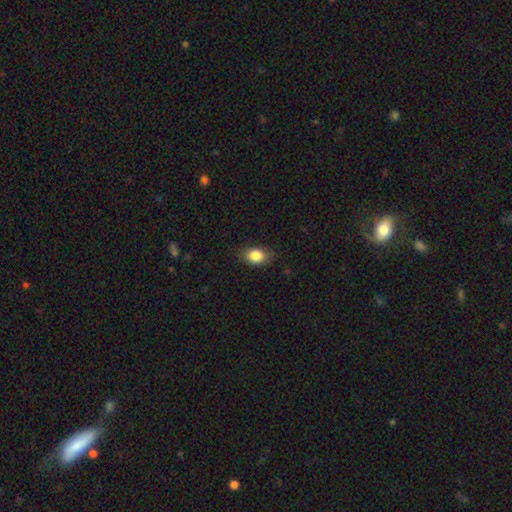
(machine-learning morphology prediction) smooth 85%, star or artifact 8%, featured or disk 7%. Down the decision tree: how rounded — in between (78%); merging — none (81%).